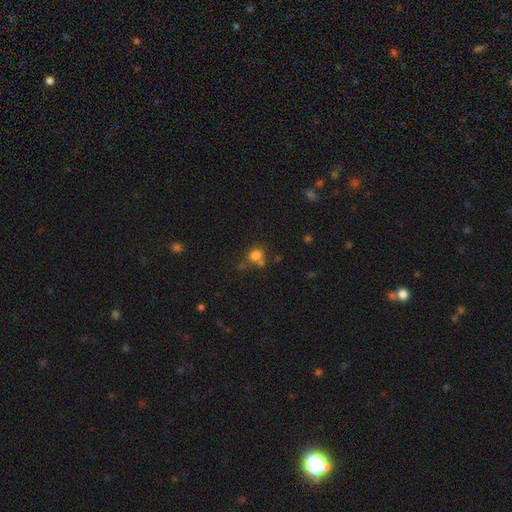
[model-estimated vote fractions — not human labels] smooth-or-featured: smooth: 78% | star or artifact: 14% | featured or disk: 8%
  how-rounded: round: 77% | in between: 22% | cigar-shaped: 1%
  merging: none: 57% | merger: 23% | minor disturbance: 14% | major disturbance: 6%